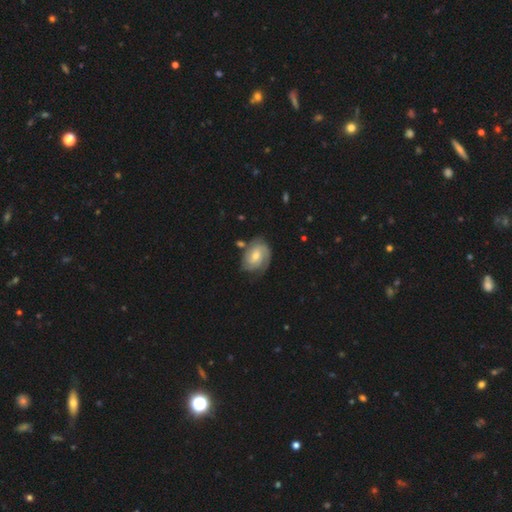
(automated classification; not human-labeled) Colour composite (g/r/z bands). It shows a featured or disk galaxy (74%) with no bar (53%), 2 (48%) tight (59%) spiral arms (93%) and a moderate central bulge (54%). Merging: none (70%).